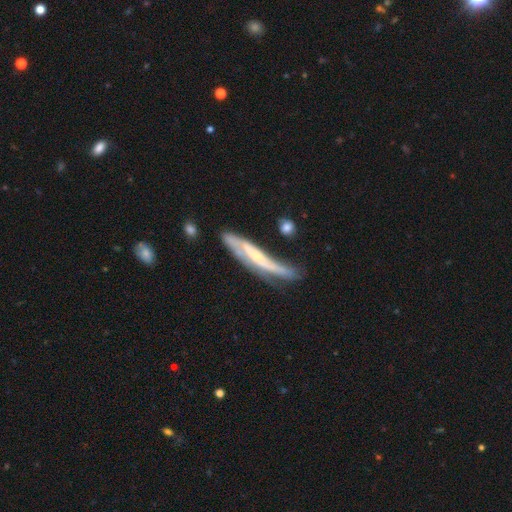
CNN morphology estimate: A featured or disk galaxy (68%) viewed edge-on (57%).

Vote fractions:
- Smooth or featured? featured or disk: 68% / smooth: 26% / star or artifact: 6%
- Edge-on disk? yes: 57% / no: 43%
- Merging? none: 49% / minor disturbance: 28% / major disturbance: 16% / merger: 7%